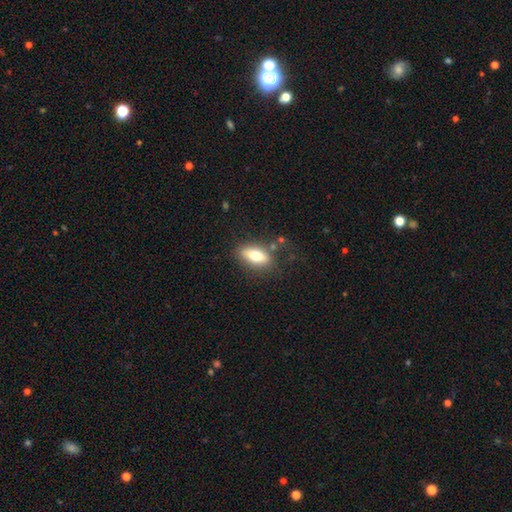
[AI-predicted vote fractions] Smooth or featured?
  - smooth: 70% *
  - featured or disk: 22%
  - star or artifact: 7%
How rounded?
  - in between: 81% *
  - cigar-shaped: 15%
  - round: 5%
Merging?
  - none: 75% *
  - minor disturbance: 16%
  - major disturbance: 6%
  - merger: 4%